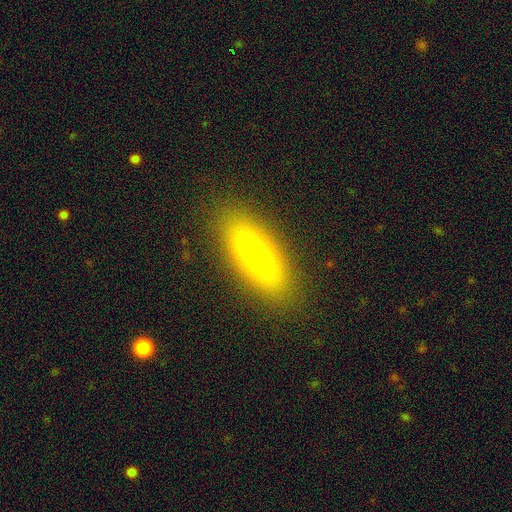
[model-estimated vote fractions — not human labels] This is likely a smooth galaxy (64%). How rounded: possibly in between (58%). Merging: clearly none (88%).